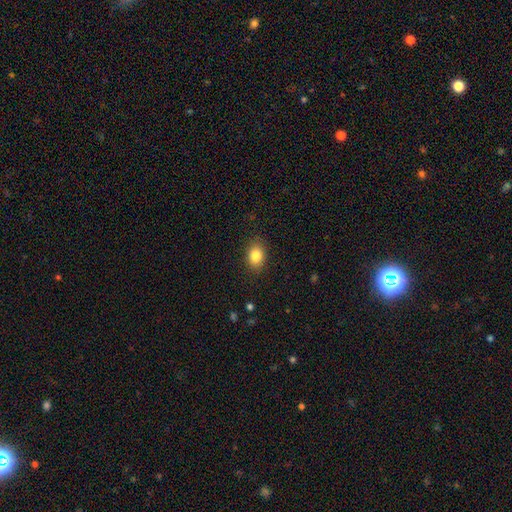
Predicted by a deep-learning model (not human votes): smooth-or-featured: smooth: 84% | star or artifact: 9% | featured or disk: 7%
  how-rounded: in between: 69% | round: 30% | cigar-shaped: 1%
  merging: none: 87% | minor disturbance: 9% | major disturbance: 3% | merger: 1%